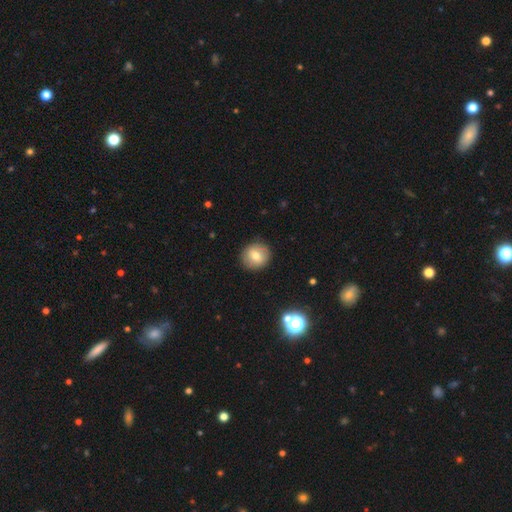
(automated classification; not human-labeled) A smooth galaxy with no disk features (71%) that is round (90%). Merging: none (89%).